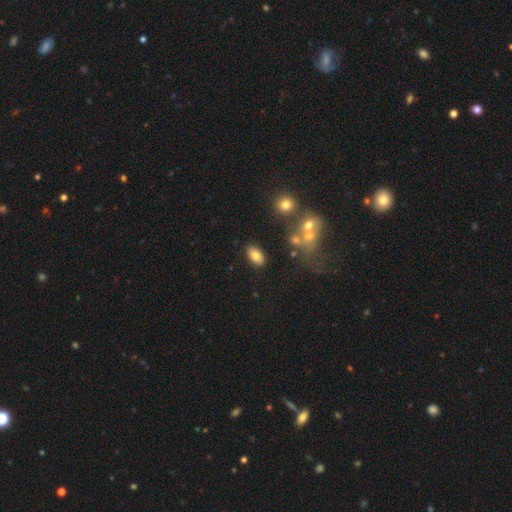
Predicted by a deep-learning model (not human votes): smooth 76%, featured or disk 15%, star or artifact 9%. Down the decision tree: how rounded — in between (92%); merging — none (85%).